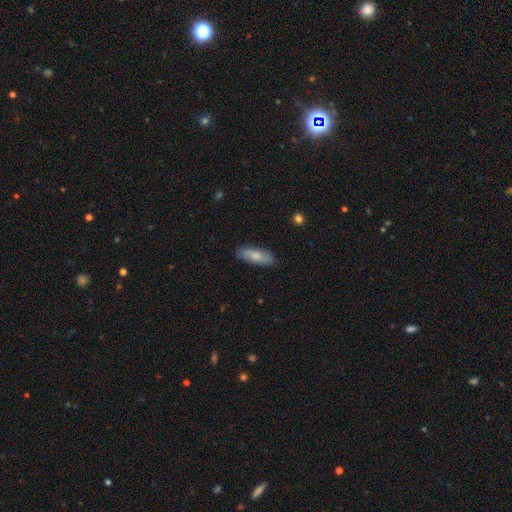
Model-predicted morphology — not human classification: Smooth or featured: smooth — 75% (featured or disk — 19%)
How rounded: in between — 64% (cigar-shaped — 34%)
Merging: none — 82% (minor disturbance — 14%)